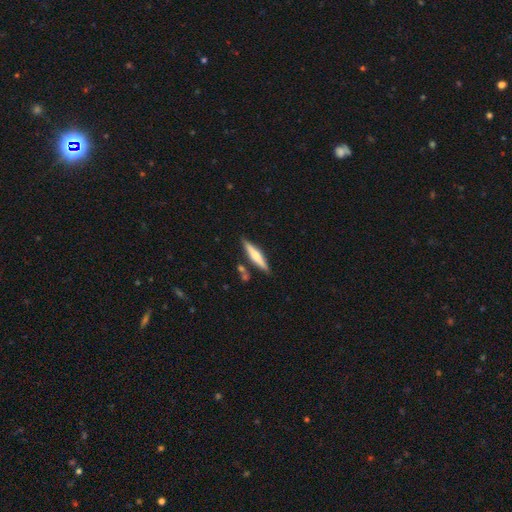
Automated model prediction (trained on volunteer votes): featured or disk 48%, smooth 47%, star or artifact 6%. Down the decision tree: merging — none (82%).